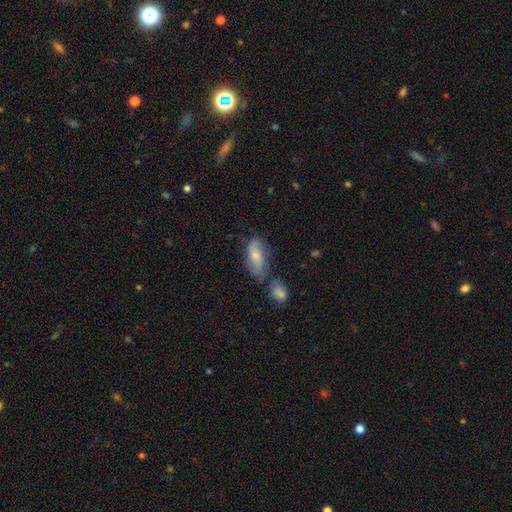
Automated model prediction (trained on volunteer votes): Smooth or featured? smooth (63%)
How rounded? in between (85%)
Merging? none (49%)